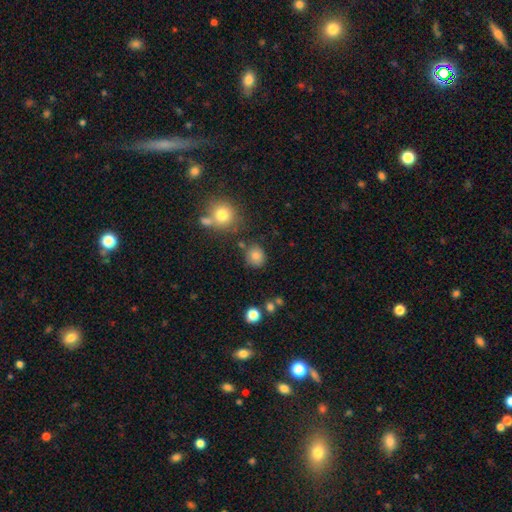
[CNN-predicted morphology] Smooth or featured? smooth (82%)
How rounded? round (81%)
Merging? none (78%)